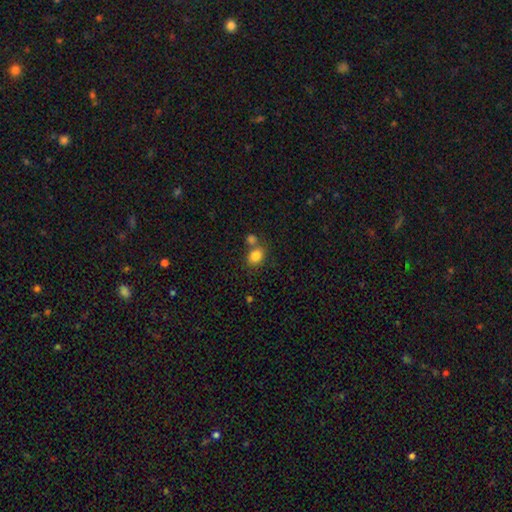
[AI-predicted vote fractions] Overall: smooth (83%). How rounded: in between (50%; round 49%). Merging: none (58%; merger 28%).